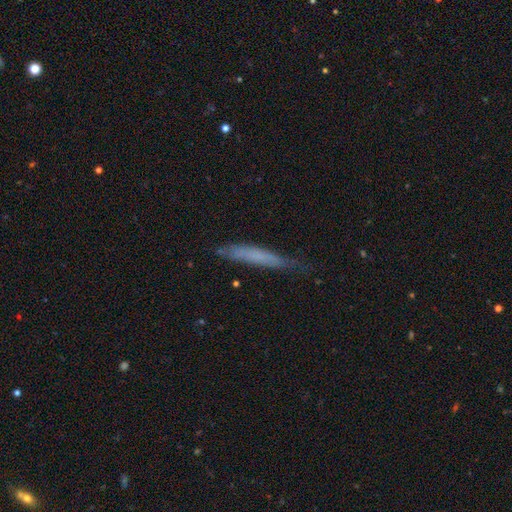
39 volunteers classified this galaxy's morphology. A smooth galaxy with no disk features (77%) that is cigar-shaped (93%).

Vote fractions:
- Smooth or featured? smooth: 77% / featured or disk: 18% / star or artifact: 5%
- How rounded? cigar-shaped: 93% / in between: 7% / round: 0%
- Merging? none: 57% / minor disturbance: 35% / major disturbance: 5% / merger: 3%